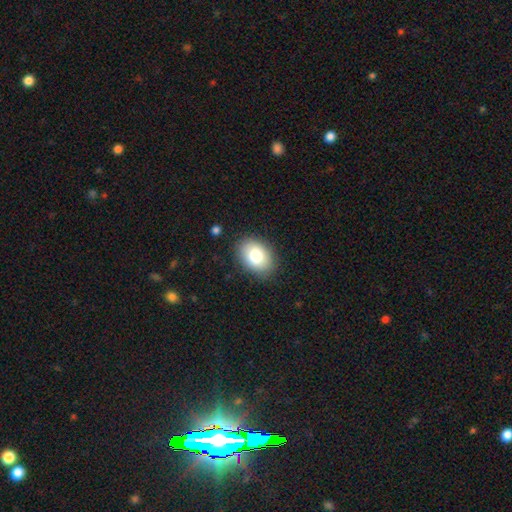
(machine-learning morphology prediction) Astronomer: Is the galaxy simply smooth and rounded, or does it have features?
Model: smooth — 81%.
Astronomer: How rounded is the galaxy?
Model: in between — 80%.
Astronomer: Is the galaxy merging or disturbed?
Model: none — 86%.